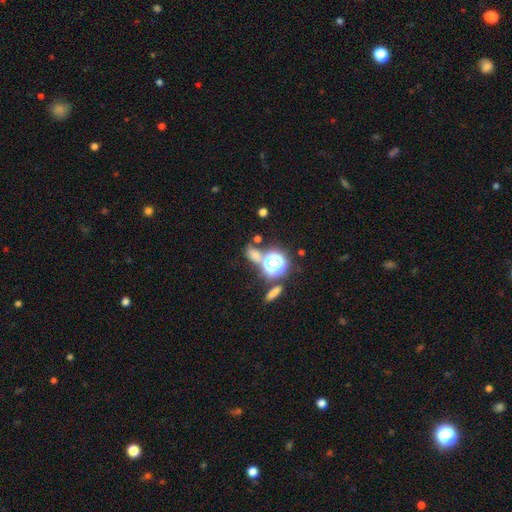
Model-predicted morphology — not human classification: A smooth galaxy with no disk features (57%) that is in between round and cigar-shaped (48%).

Vote fractions:
- Smooth or featured? smooth: 57% / star or artifact: 31% / featured or disk: 12%
- How rounded? in between: 48% / round: 47% / cigar-shaped: 5%
- Merging? none: 55% / merger: 23% / minor disturbance: 13% / major disturbance: 8%